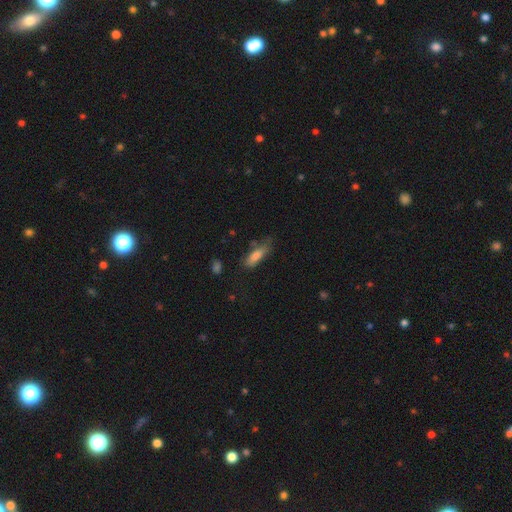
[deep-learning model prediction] A smooth galaxy with no disk features (74%) that is cigar-shaped (51%).

Vote fractions:
- Smooth or featured? smooth: 74% / featured or disk: 17% / star or artifact: 9%
- How rounded? cigar-shaped: 51% / in between: 47% / round: 2%
- Merging? none: 59% / minor disturbance: 27% / major disturbance: 10% / merger: 4%